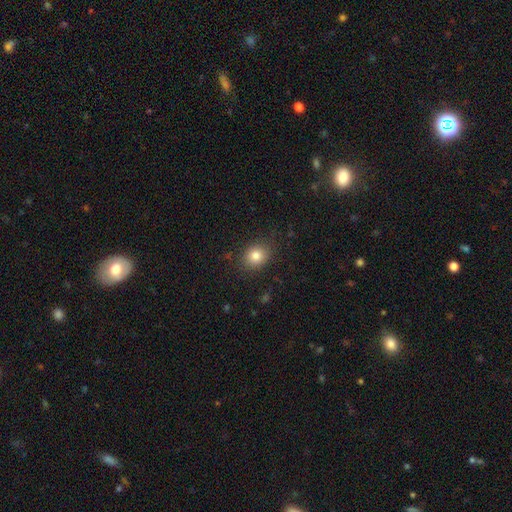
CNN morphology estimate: Smooth or featured? Predicted: smooth (p=0.82). How rounded? Predicted: round (p=0.60). Merging? Predicted: none (p=0.84).